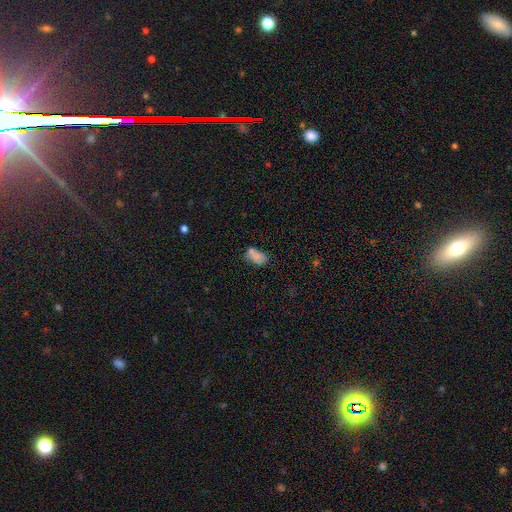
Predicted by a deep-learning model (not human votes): A smooth galaxy with no disk features (71%) that is in between round and cigar-shaped (87%).

Vote fractions:
- Smooth or featured? smooth: 71% / star or artifact: 15% / featured or disk: 14%
- How rounded? in between: 87% / round: 11% / cigar-shaped: 2%
- Merging? none: 42% / merger: 26% / minor disturbance: 22% / major disturbance: 10%